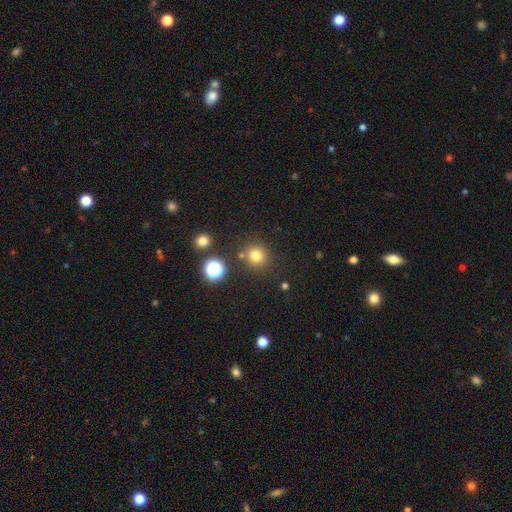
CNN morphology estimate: A smooth galaxy with no disk features (76%) that is round (90%).

Vote fractions:
- Smooth or featured? smooth: 76% / star or artifact: 18% / featured or disk: 6%
- How rounded? round: 90% / in between: 9% / cigar-shaped: 1%
- Merging? none: 82% / minor disturbance: 8% / merger: 7% / major disturbance: 3%